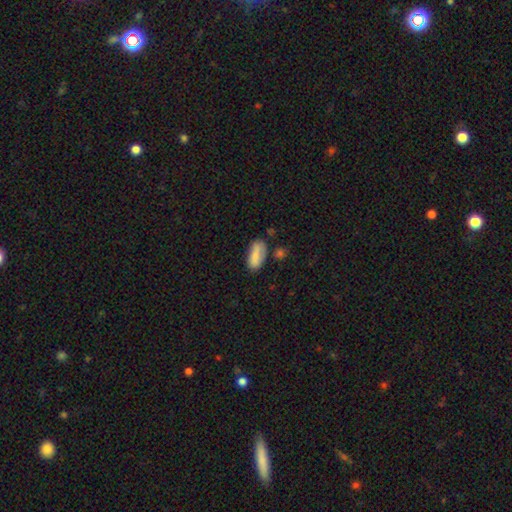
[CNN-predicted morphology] The model was most divided on "merging": none: 60%, minor disturbance: 25%, merger: 8%, major disturbance: 7%. More confident: how rounded — in between (87%); smooth or featured — smooth (81%).